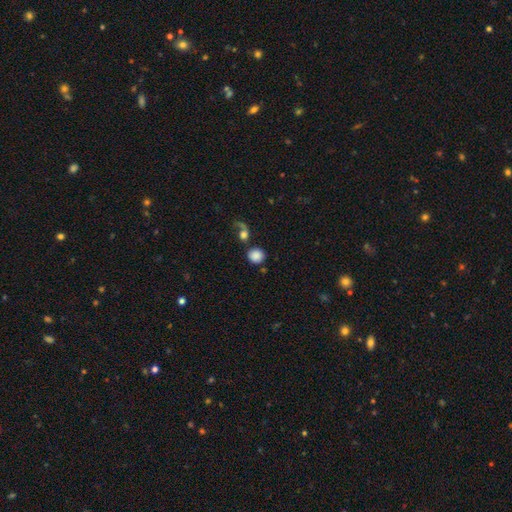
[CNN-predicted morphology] Q: Smooth or featured?
A: smooth (83%); runner-up: star or artifact (9%)
Q: How rounded?
A: round (88%); runner-up: in between (11%)
Q: Merging?
A: none (66%); runner-up: merger (17%)